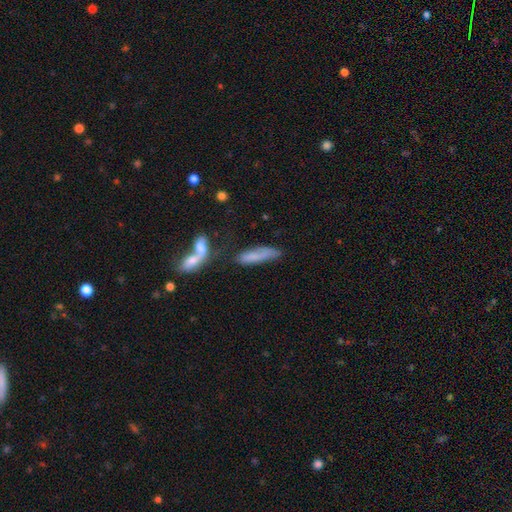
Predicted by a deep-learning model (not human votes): The model was most divided on "merging": none: 46%, merger: 23%, minor disturbance: 20%, major disturbance: 11%. More confident: how rounded — cigar-shaped (71%); smooth or featured — smooth (70%).